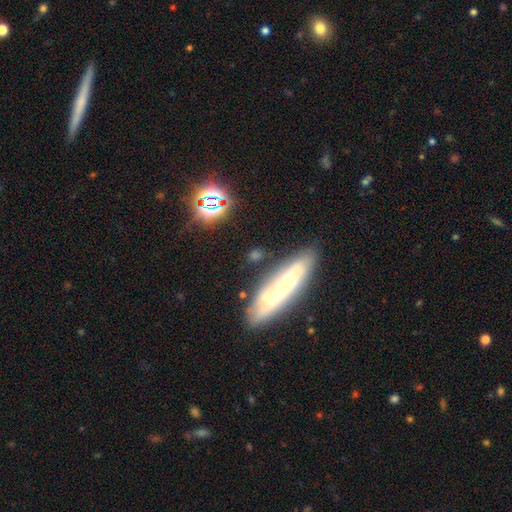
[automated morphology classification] Smooth or featured?
  - featured or disk: 51% *
  - smooth: 36%
  - star or artifact: 13%
Edge-on disk?
  - no: 57% *
  - yes: 43%
Merging?
  - none: 73% *
  - minor disturbance: 17%
  - major disturbance: 6%
  - merger: 4%